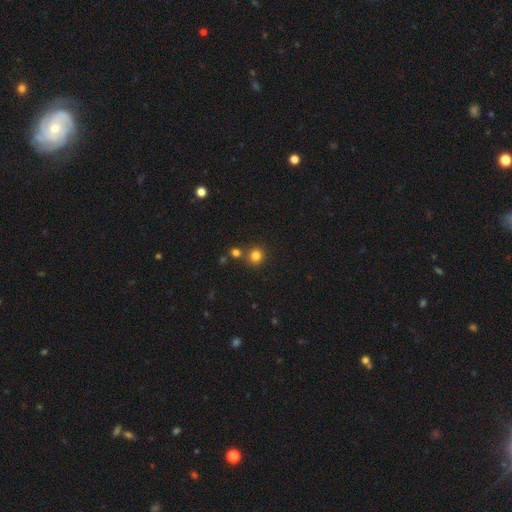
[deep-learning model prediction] smooth_or_featured: smooth (p=0.80) [alt: star or artifact p=0.15]
how_rounded: round (p=0.90) [alt: in between p=0.09]
merging: none (p=0.75) [alt: merger p=0.15]